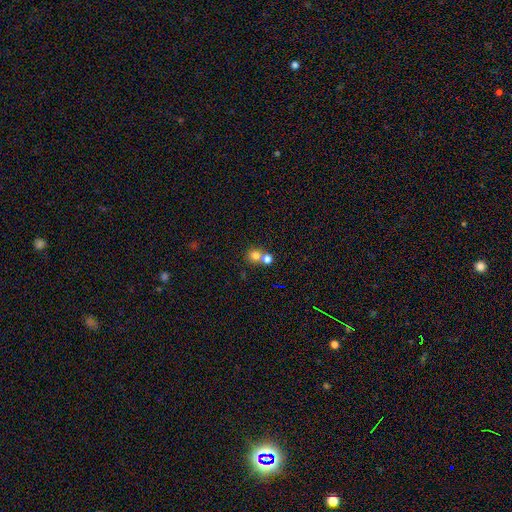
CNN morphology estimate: smooth 77%, star or artifact 13%, featured or disk 10%. Down the decision tree: how rounded — round (85%); merging — merger (47%).